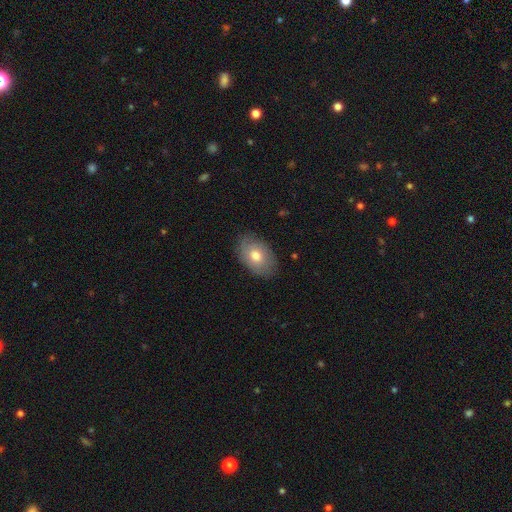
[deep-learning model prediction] Smooth or featured? smooth (71%)
How rounded? in between (87%)
Merging? none (79%)